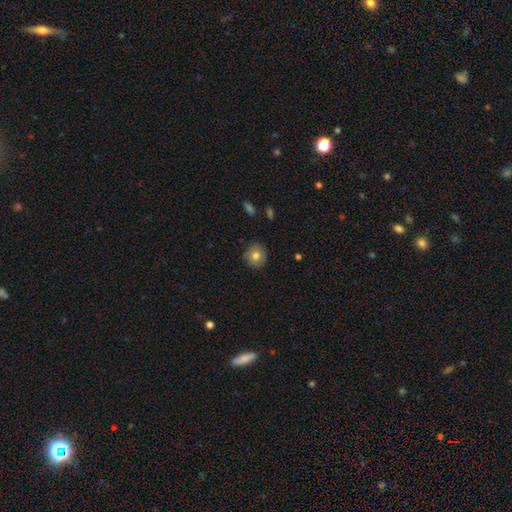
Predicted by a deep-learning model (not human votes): smooth_or_featured: smooth (p=0.77) [alt: featured or disk p=0.14]
how_rounded: round (p=0.87) [alt: in between p=0.12]
merging: none (p=0.88) [alt: minor disturbance p=0.09]